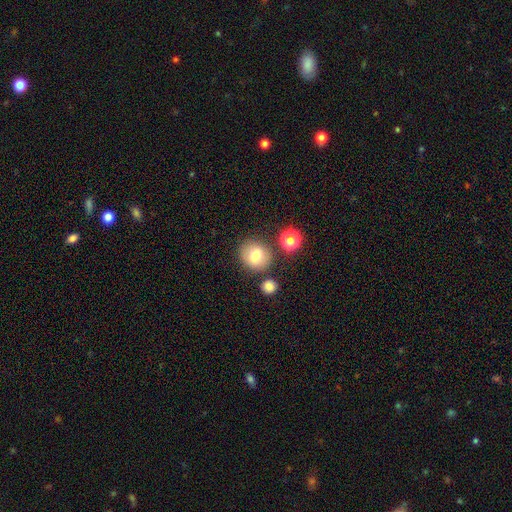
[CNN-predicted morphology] type=smooth (73%); roundness=round (80%); merging=none (77%).